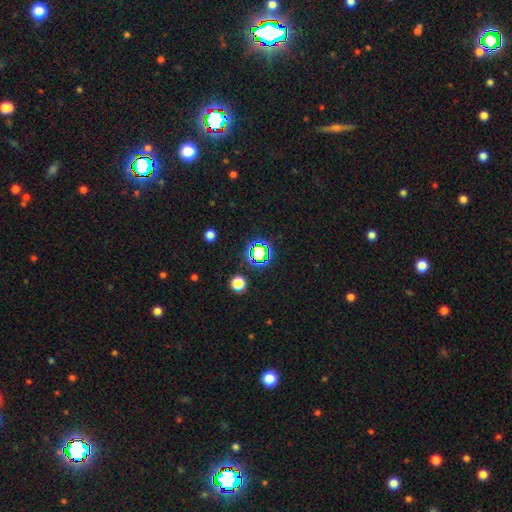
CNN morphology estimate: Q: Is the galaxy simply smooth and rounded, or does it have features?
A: star or artifact — 64%.